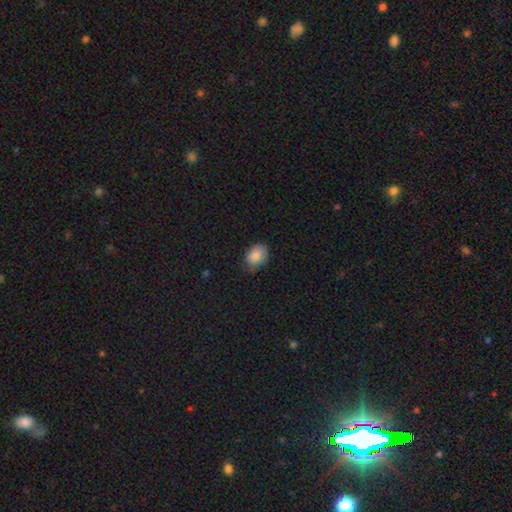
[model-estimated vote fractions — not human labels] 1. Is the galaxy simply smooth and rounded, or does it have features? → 86% smooth, 8% star or artifact, 6% featured or disk.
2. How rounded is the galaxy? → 69% in between, 30% round, 1% cigar-shaped.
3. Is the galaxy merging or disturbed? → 68% none, 26% minor disturbance, 4% major disturbance, 1% merger.